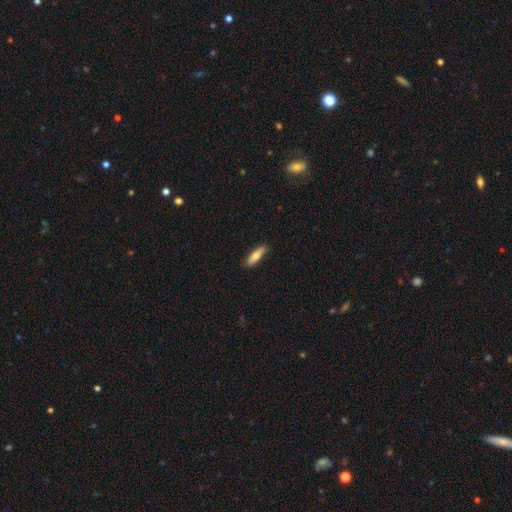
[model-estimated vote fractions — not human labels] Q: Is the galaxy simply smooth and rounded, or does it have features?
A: smooth — 67%.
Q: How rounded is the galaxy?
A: cigar-shaped — 66%.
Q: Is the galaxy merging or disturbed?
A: none — 87%.